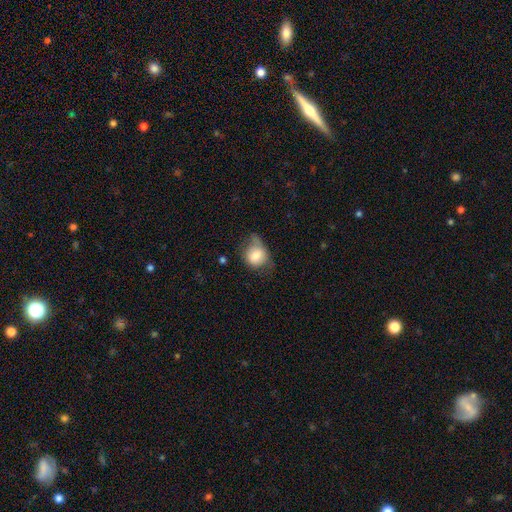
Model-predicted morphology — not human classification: A smooth galaxy with no disk features (75%) that is round (62%).

Vote fractions:
- Smooth or featured? smooth: 75% / featured or disk: 17% / star or artifact: 9%
- How rounded? round: 62% / in between: 36% / cigar-shaped: 1%
- Merging? minor disturbance: 37% (tied) / none: 37% (tied) / major disturbance: 21% / merger: 5%